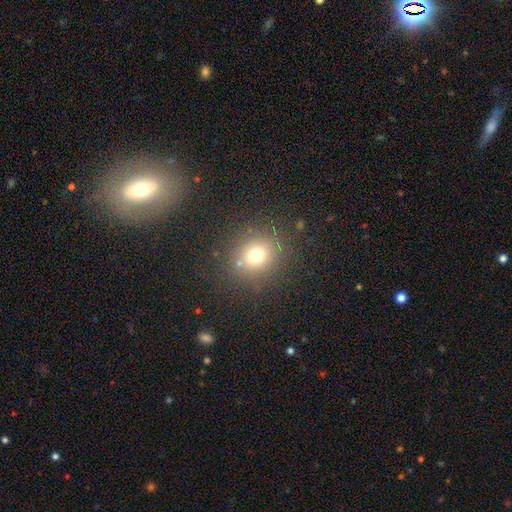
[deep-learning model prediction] Smooth or featured?
  - smooth: 72% *
  - star or artifact: 18%
  - featured or disk: 10%
How rounded?
  - round: 78% *
  - in between: 21%
  - cigar-shaped: 1%
Merging?
  - none: 82% *
  - minor disturbance: 9%
  - major disturbance: 5%
  - merger: 3%